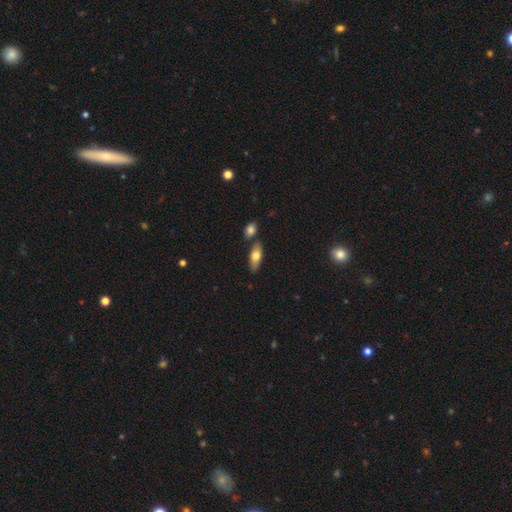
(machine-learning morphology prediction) This is likely a smooth galaxy (69%). How rounded: likely in between (74%). Merging: likely none (71%).